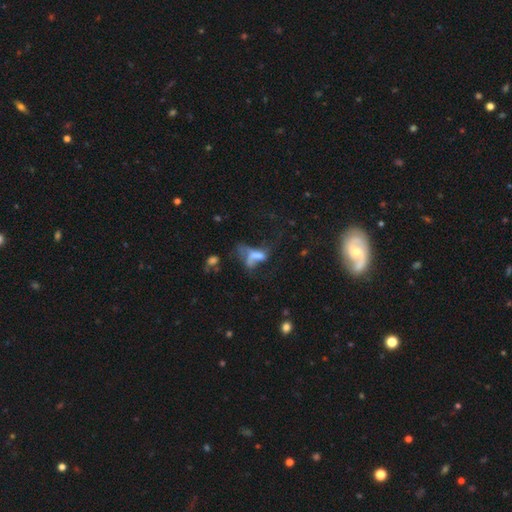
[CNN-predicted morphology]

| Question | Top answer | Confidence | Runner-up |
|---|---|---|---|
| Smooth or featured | smooth | 43% | featured or disk (38%) |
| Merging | major disturbance | 45% | merger (26%) |